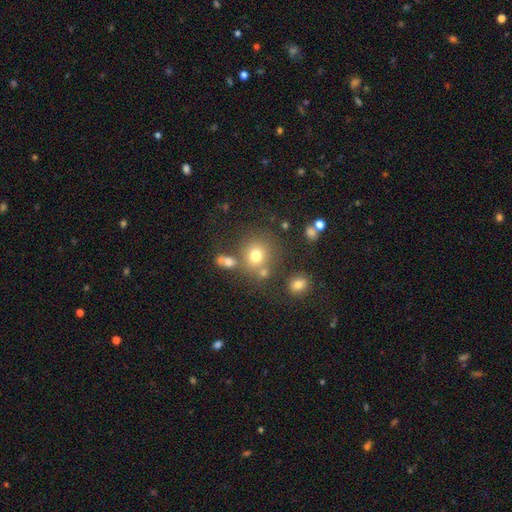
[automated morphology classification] A smooth galaxy with no disk features (73%) that is round (81%). Merging: none (66%).